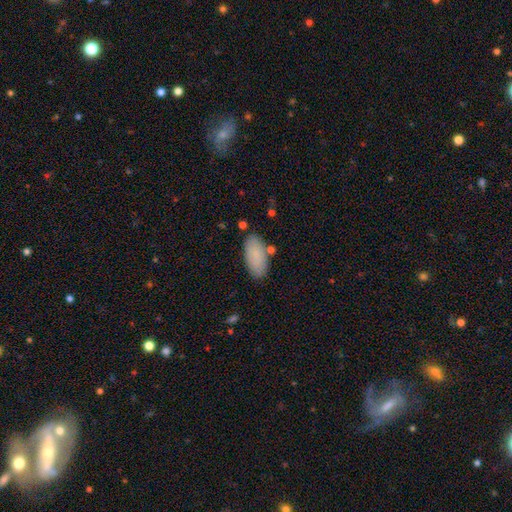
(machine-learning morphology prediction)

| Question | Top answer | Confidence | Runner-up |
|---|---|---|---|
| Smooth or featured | smooth | 85% | featured or disk (9%) |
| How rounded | in between | 93% | cigar-shaped (5%) |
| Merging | none | 80% | minor disturbance (13%) |